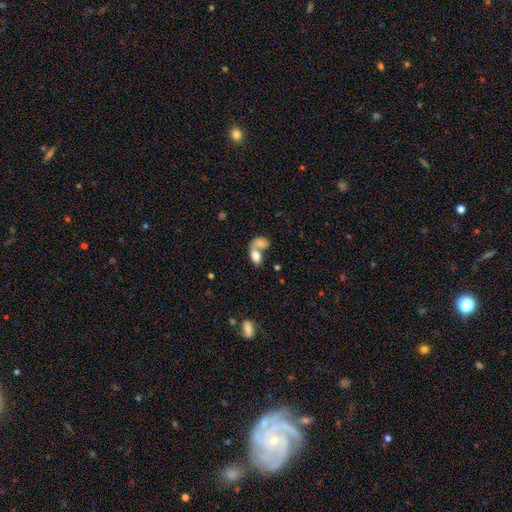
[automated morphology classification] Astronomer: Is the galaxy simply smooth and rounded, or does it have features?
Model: smooth — 75%.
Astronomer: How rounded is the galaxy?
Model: in between — 86%.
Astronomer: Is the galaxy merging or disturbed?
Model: merger — 69%.